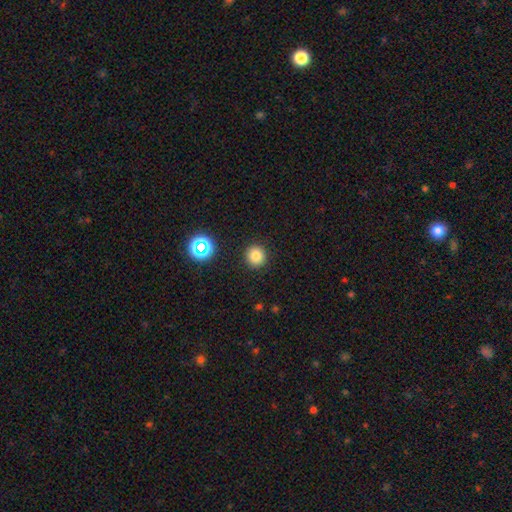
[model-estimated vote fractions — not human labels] A smooth galaxy with no disk features (80%) that is round (93%). Merging: none (91%).